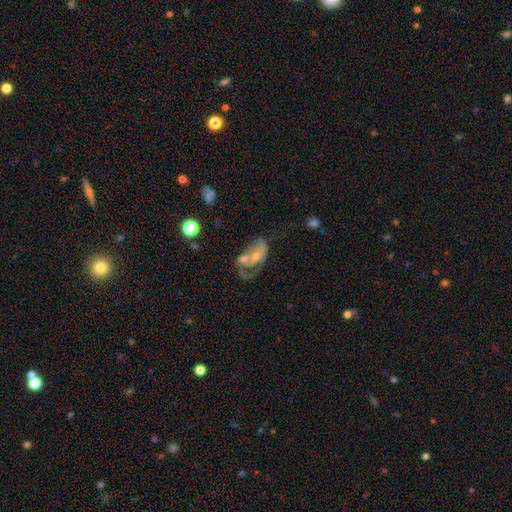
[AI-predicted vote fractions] Smooth or featured?
  - featured or disk: 64% *
  - smooth: 26%
  - star or artifact: 10%
Edge-on disk?
  - no: 94% *
  - yes: 6%
Bar?
  - no: 72% *
  - weak: 22%
  - strong: 6%
Spiral arms?
  - yes: 58% *
  - no: 42%
Bulge size?
  - moderate: 46% *
  - small: 44%
  - none: 5%
  - large: 4%
  - dominant: 1%
Merging?
  - merger: 34% *
  - major disturbance: 29%
  - none: 23%
  - minor disturbance: 15%